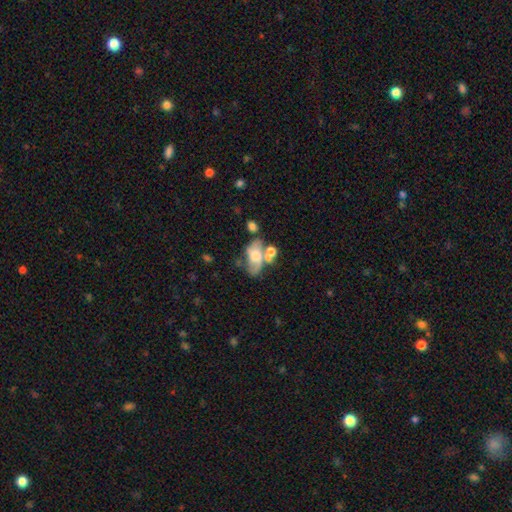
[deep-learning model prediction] Smooth or featured: featured or disk — 54% (smooth — 37%)
Edge-on disk: no — 95% (yes — 5%)
Bar: no — 71% (weak — 22%)
Spiral arms: yes — 56% (no — 44%)
Bulge size: moderate — 46% (large — 24%)
Merging: merger — 35% (none — 28%)